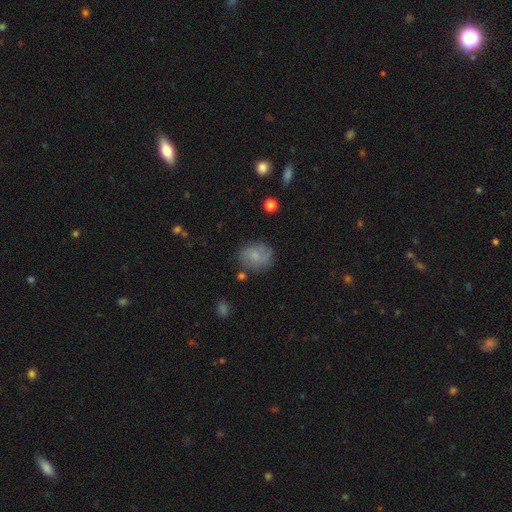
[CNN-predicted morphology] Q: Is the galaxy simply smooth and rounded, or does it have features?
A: smooth — 56%.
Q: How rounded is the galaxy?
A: round — 57%.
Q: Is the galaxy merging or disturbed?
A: none — 73%.